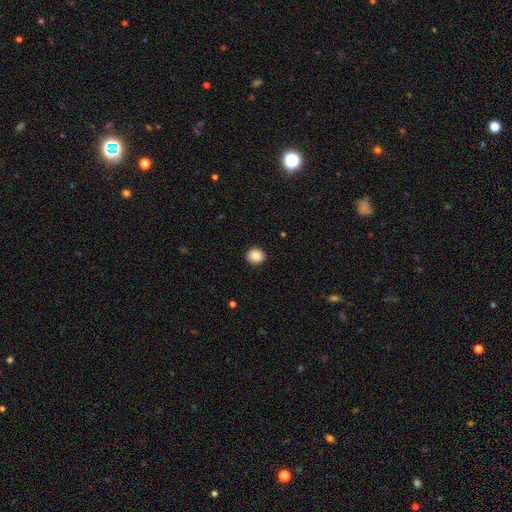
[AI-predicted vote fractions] Q: Smooth or featured?
A: smooth (87%); runner-up: star or artifact (9%)
Q: How rounded?
A: round (80%); runner-up: in between (19%)
Q: Merging?
A: none (91%); runner-up: minor disturbance (6%)